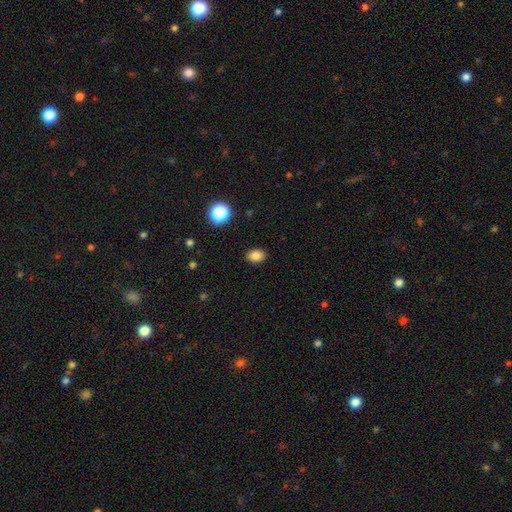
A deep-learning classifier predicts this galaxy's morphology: This appears to be a smooth galaxy with no disk features (84%) that is in between round and cigar-shaped (71%). Merging: none (89%).